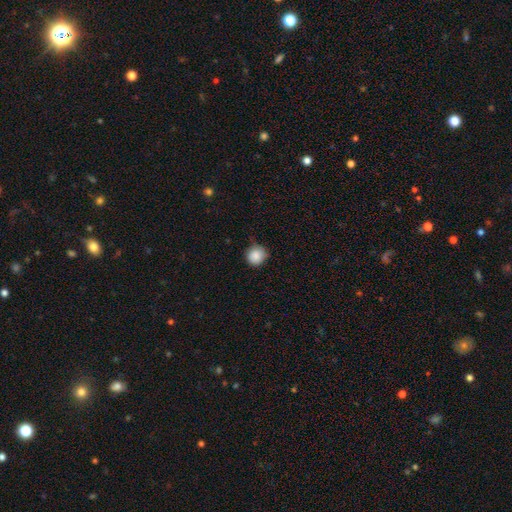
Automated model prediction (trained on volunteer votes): A smooth galaxy with no disk features (87%) that is round (90%).

Vote fractions:
- Smooth or featured? smooth: 87% / star or artifact: 9% / featured or disk: 4%
- How rounded? round: 90% / in between: 9% / cigar-shaped: 1%
- Merging? none: 73% / minor disturbance: 22% / major disturbance: 3% / merger: 1%